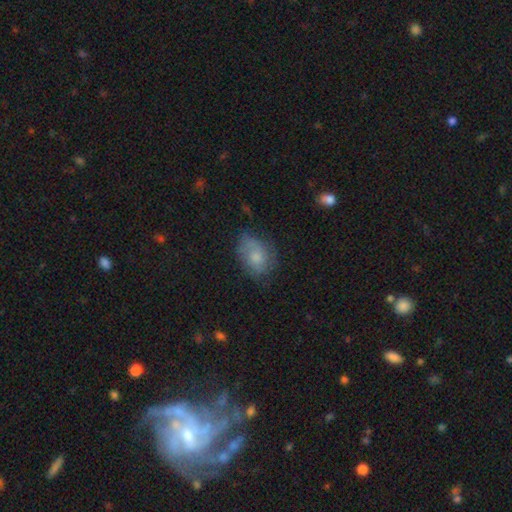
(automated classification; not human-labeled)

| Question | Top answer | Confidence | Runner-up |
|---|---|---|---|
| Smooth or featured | smooth | 65% | featured or disk (26%) |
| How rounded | in between | 73% | round (26%) |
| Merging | none | 59% | minor disturbance (29%) |